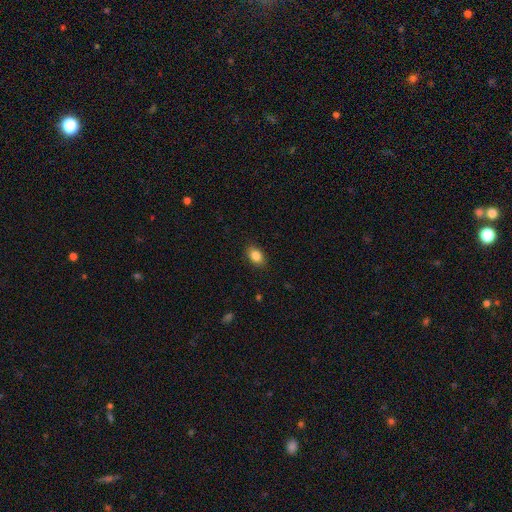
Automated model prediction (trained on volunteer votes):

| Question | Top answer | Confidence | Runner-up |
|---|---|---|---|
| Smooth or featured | smooth | 85% | star or artifact (9%) |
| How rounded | in between | 82% | round (17%) |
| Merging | none | 88% | minor disturbance (9%) |